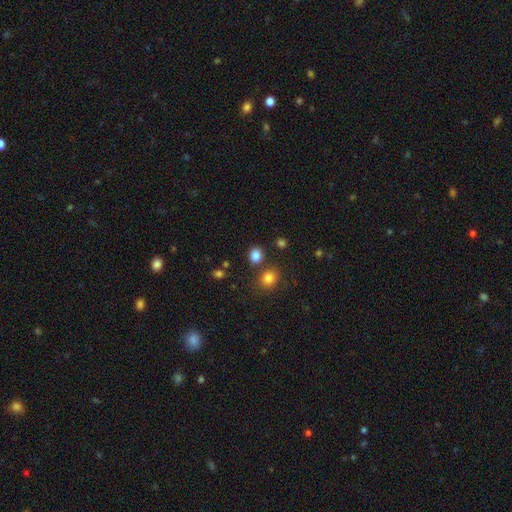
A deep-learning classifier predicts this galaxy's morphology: Smooth or featured?
  - smooth: 84% *
  - star or artifact: 12%
  - featured or disk: 4%
How rounded?
  - round: 64% *
  - in between: 35%
  - cigar-shaped: 1%
Merging?
  - none: 77% *
  - merger: 11%
  - minor disturbance: 9%
  - major disturbance: 3%